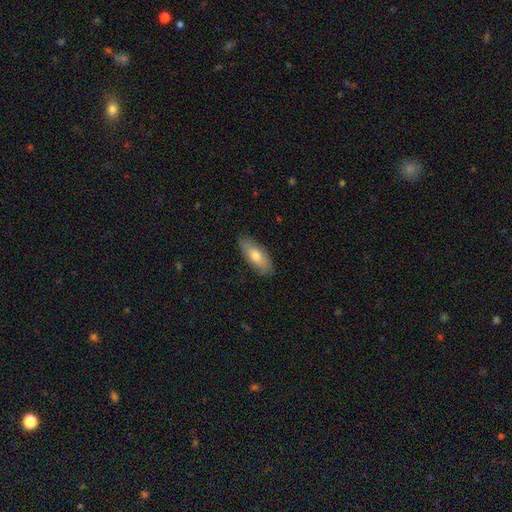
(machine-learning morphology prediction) Smooth or featured?
  - smooth: 71% *
  - featured or disk: 23%
  - star or artifact: 6%
How rounded?
  - in between: 74% *
  - cigar-shaped: 23%
  - round: 2%
Merging?
  - none: 85% *
  - minor disturbance: 12%
  - major disturbance: 2%
  - merger: 1%